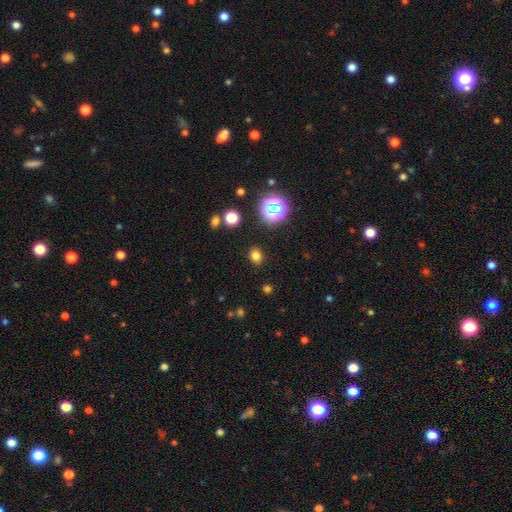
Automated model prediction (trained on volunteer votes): Q: Smooth or featured?
A: smooth (75%); runner-up: star or artifact (20%)
Q: How rounded?
A: round (52%); runner-up: in between (47%)
Q: Merging?
A: none (87%); runner-up: minor disturbance (8%)